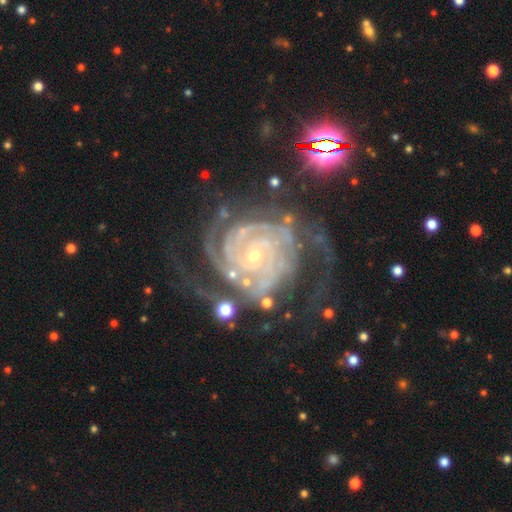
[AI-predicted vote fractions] Q: Smooth or featured?
A: featured or disk (92%); runner-up: star or artifact (5%)
Q: Edge-on disk?
A: no (98%); runner-up: yes (2%)
Q: Bar?
A: no (62%); runner-up: weak (26%)
Q: Spiral arms?
A: yes (99%); runner-up: no (1%)
Q: Spiral winding?
A: tight (79%); runner-up: medium (18%)
Q: Spiral arm count?
A: 2 (25%); runner-up: 3 (23%)
Q: Bulge size?
A: small (77%); runner-up: moderate (19%)
Q: Merging?
A: none (58%); runner-up: minor disturbance (21%)